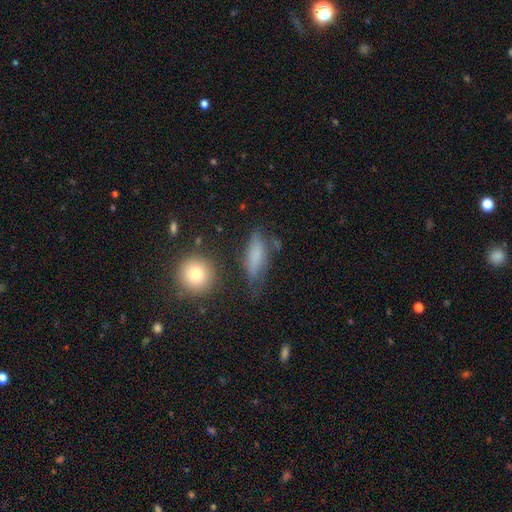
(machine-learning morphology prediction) smooth-or-featured: smooth: 65% | featured or disk: 24% | star or artifact: 11%
  how-rounded: in between: 56% | cigar-shaped: 38% | round: 6%
  merging: none: 54% | minor disturbance: 27% | major disturbance: 13% | merger: 5%